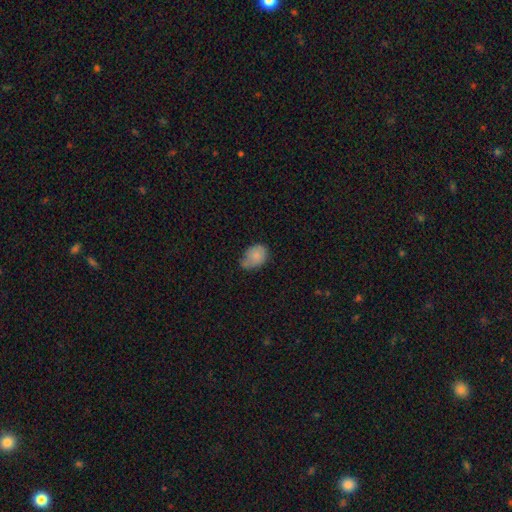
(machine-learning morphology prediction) Q: Smooth or featured?
A: smooth (81%); runner-up: featured or disk (11%)
Q: How rounded?
A: in between (64%); runner-up: round (35%)
Q: Merging?
A: minor disturbance (42%); runner-up: none (41%)